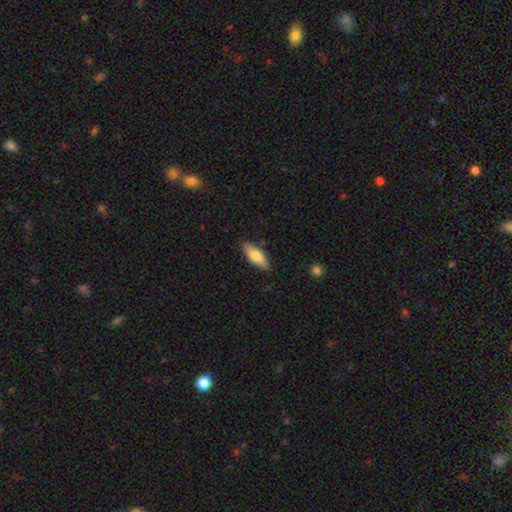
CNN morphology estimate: Smooth or featured: smooth — 76% (featured or disk — 18%)
How rounded: in between — 65% (cigar-shaped — 32%)
Merging: none — 83% (minor disturbance — 13%)